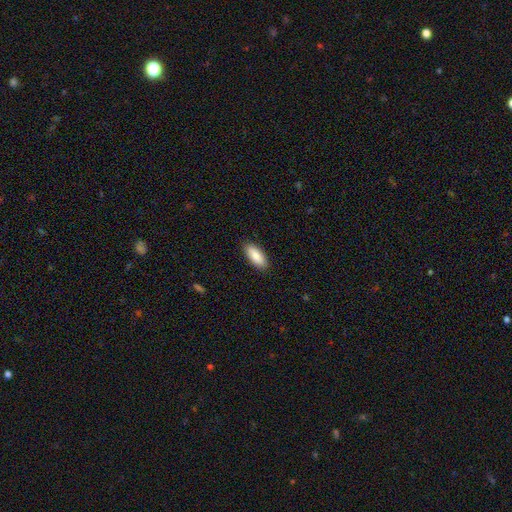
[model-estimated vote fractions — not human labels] The model was most divided on "how rounded": in between: 81%, cigar-shaped: 17%, round: 2%. More confident: merging — none (89%); smooth or featured — smooth (87%).